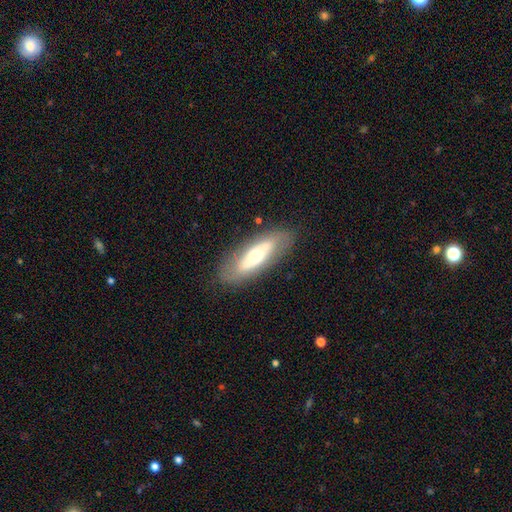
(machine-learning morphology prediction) featured or disk 52%, smooth 41%, star or artifact 6%. Down the decision tree: edge-on disk — no (74%); merging — none (82%).